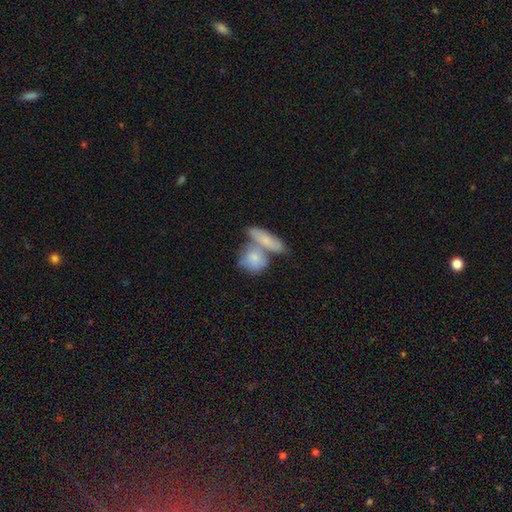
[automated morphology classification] Smooth or featured?
  - smooth: 69% *
  - featured or disk: 24%
  - star or artifact: 8%
How rounded?
  - in between: 48% *
  - round: 33%
  - cigar-shaped: 19%
Merging?
  - merger: 50% *
  - none: 36%
  - minor disturbance: 10%
  - major disturbance: 5%